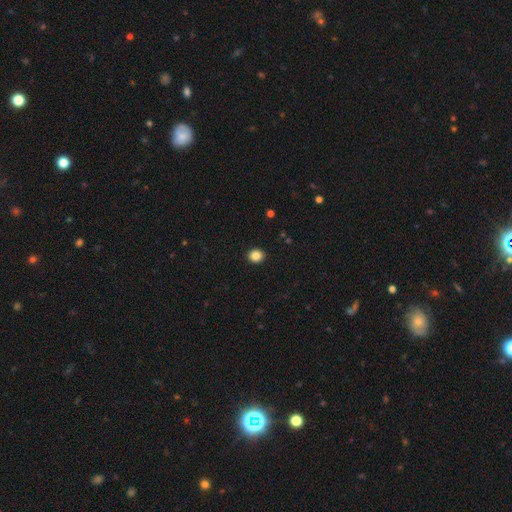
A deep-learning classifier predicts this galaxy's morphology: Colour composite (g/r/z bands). It shows a smooth galaxy with no disk features (86%) that is round (78%). Merging: none (92%).